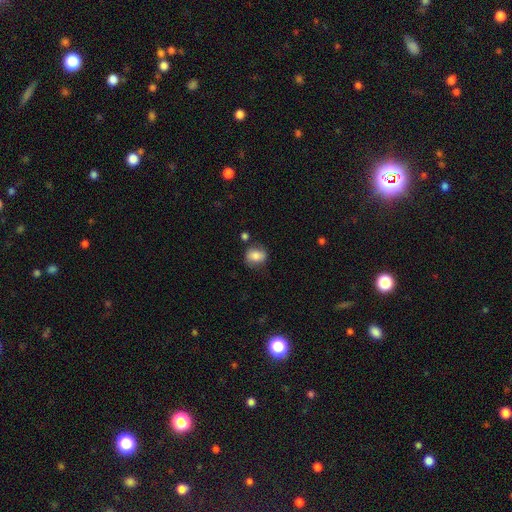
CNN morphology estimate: smooth-or-featured: smooth: 77% | featured or disk: 14% | star or artifact: 9%
  how-rounded: round: 52% | in between: 46% | cigar-shaped: 1%
  merging: none: 69% | minor disturbance: 20% | major disturbance: 6% | merger: 5%